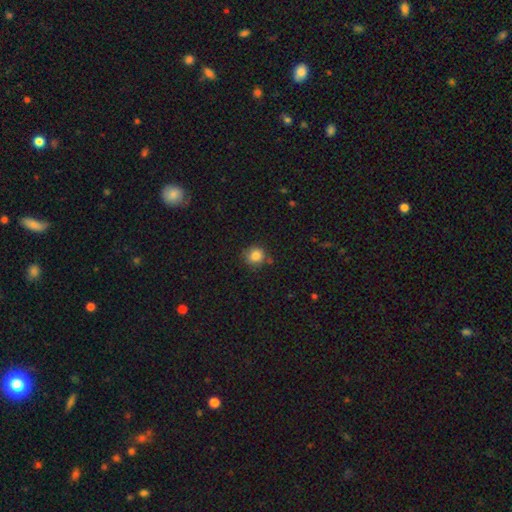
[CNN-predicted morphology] A smooth galaxy with no disk features (83%) that is round (88%). Merging: none (77%).